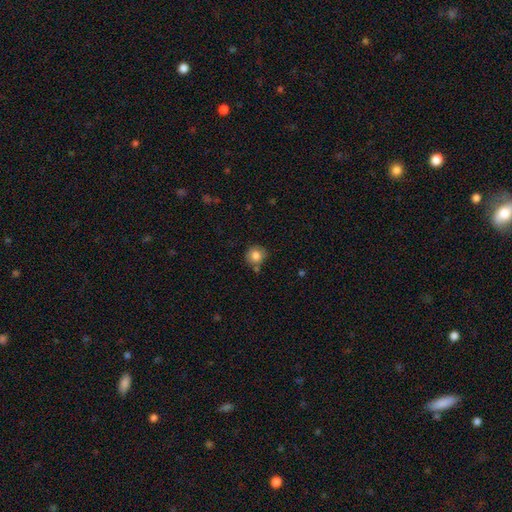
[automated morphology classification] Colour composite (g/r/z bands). It shows a smooth galaxy with no disk features (81%) that is round (87%). Merging: none (69%).